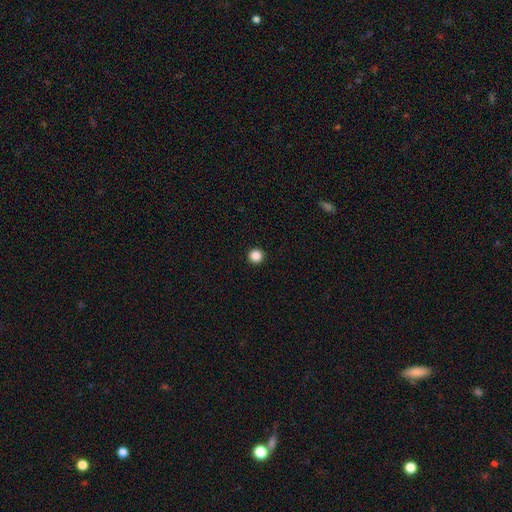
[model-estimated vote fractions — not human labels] This appears to be a smooth galaxy with no disk features (87%) that is round (96%). Merging: none (94%).